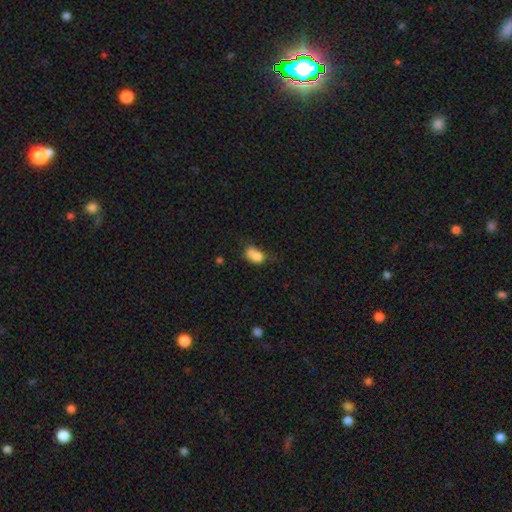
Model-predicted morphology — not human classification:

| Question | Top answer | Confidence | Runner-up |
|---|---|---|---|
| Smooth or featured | smooth | 74% | featured or disk (15%) |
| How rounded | in between | 67% | round (31%) |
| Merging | merger | 39% | none (27%) |